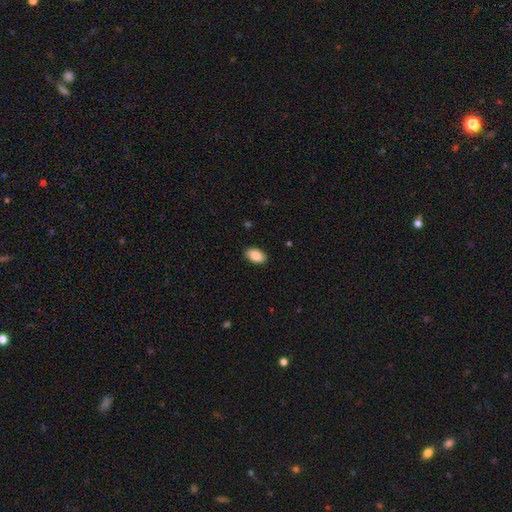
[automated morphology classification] Smooth or featured?
  - smooth: 87% *
  - star or artifact: 7%
  - featured or disk: 6%
How rounded?
  - in between: 94% *
  - round: 5%
  - cigar-shaped: 2%
Merging?
  - none: 88% *
  - minor disturbance: 9%
  - major disturbance: 2%
  - merger: 1%